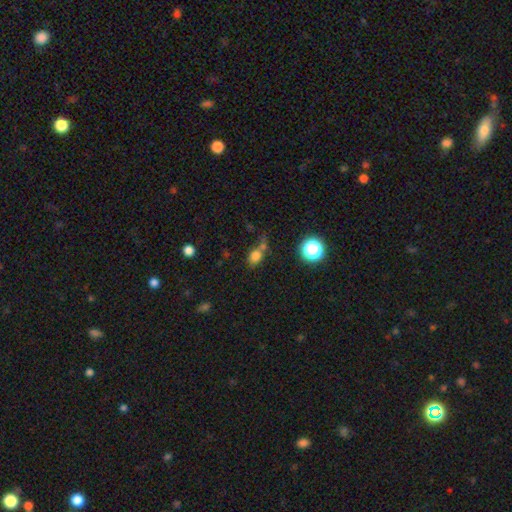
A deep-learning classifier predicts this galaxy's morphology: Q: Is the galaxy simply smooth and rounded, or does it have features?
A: smooth — 75%.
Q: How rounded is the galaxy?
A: in between — 55%.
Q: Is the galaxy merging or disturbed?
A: none — 46%.